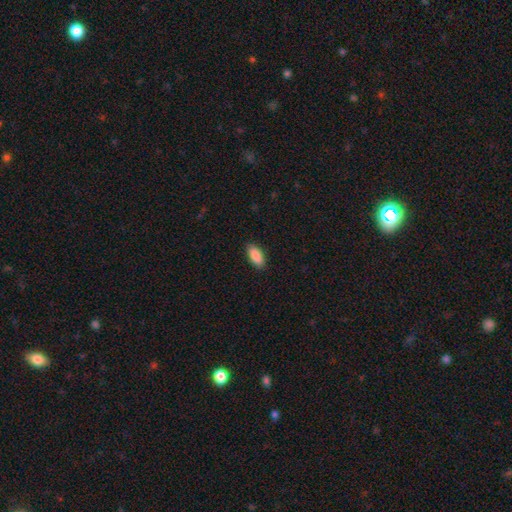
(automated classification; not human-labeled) This is clearly a smooth galaxy (90%). How rounded: clearly in between (89%). Merging: clearly none (88%).